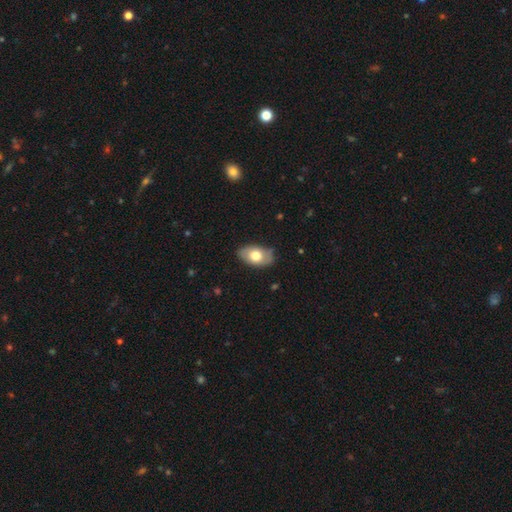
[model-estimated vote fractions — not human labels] Smooth or featured? Predicted: smooth (p=0.69). How rounded? Predicted: in between (p=0.92). Merging? Predicted: none (p=0.77).